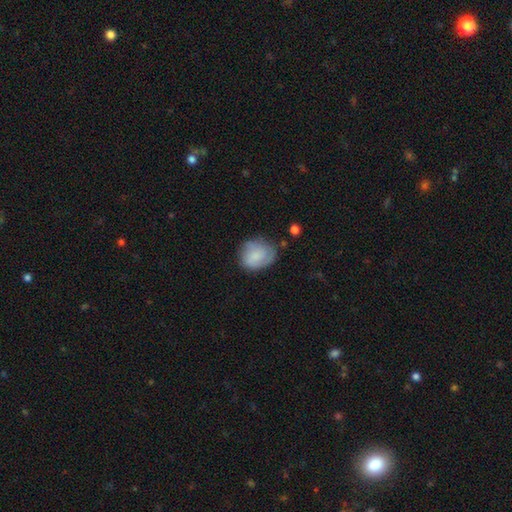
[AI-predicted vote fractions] smooth 70%, featured or disk 23%, star or artifact 7%. Down the decision tree: how rounded — round (56%); merging — none (61%).